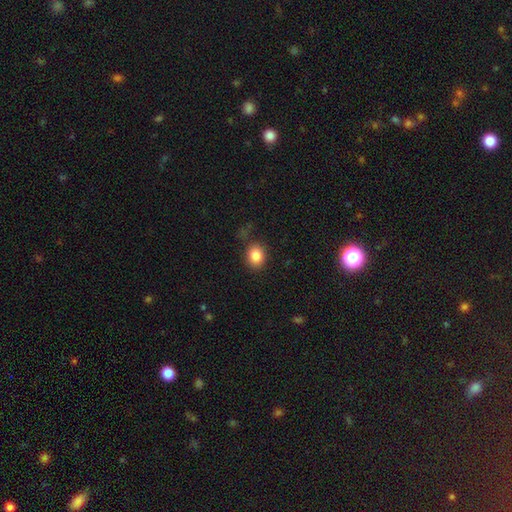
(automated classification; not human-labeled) Q: Smooth or featured?
A: smooth (85%); runner-up: star or artifact (9%)
Q: How rounded?
A: round (61%); runner-up: in between (38%)
Q: Merging?
A: none (79%); runner-up: minor disturbance (13%)